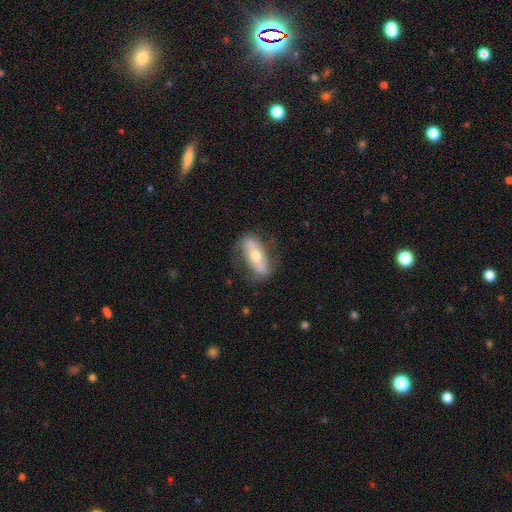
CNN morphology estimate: Q: Smooth or featured?
A: featured or disk (54%); runner-up: smooth (40%)
Q: Edge-on disk?
A: no (74%); runner-up: yes (26%)
Q: Merging?
A: none (72%); runner-up: minor disturbance (18%)